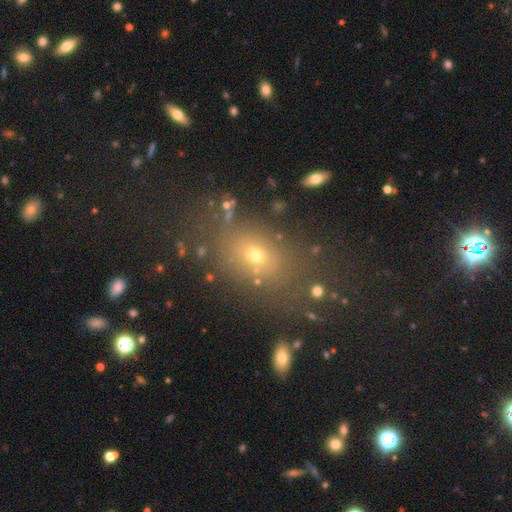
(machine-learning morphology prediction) smooth_or_featured: smooth (p=0.58) [alt: star or artifact p=0.27]
how_rounded: in between (p=0.65) [alt: round p=0.32]
merging: none (p=0.75) [alt: minor disturbance p=0.13]